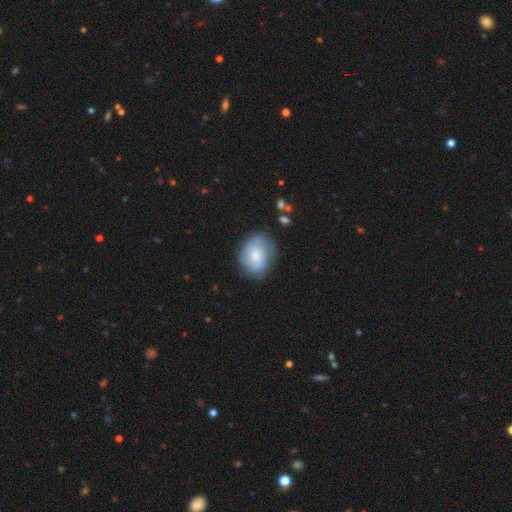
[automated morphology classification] Smooth or featured: smooth — 69% (featured or disk — 24%)
How rounded: in between — 57% (round — 42%)
Merging: none — 69% (minor disturbance — 22%)